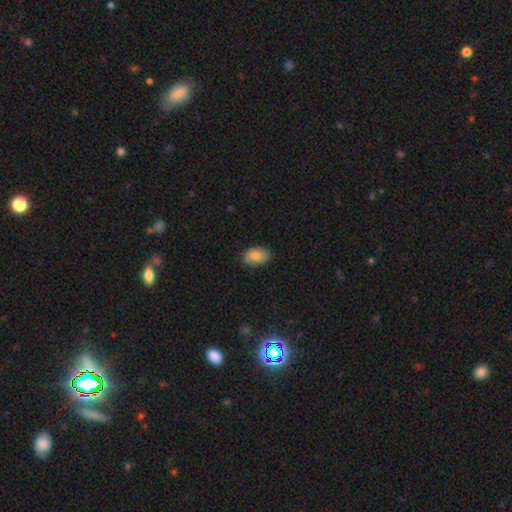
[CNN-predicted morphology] Smooth or featured?
  - smooth: 82% *
  - featured or disk: 11%
  - star or artifact: 7%
How rounded?
  - in between: 88% *
  - round: 11%
  - cigar-shaped: 1%
Merging?
  - none: 85% *
  - minor disturbance: 12%
  - major disturbance: 2%
  - merger: 1%